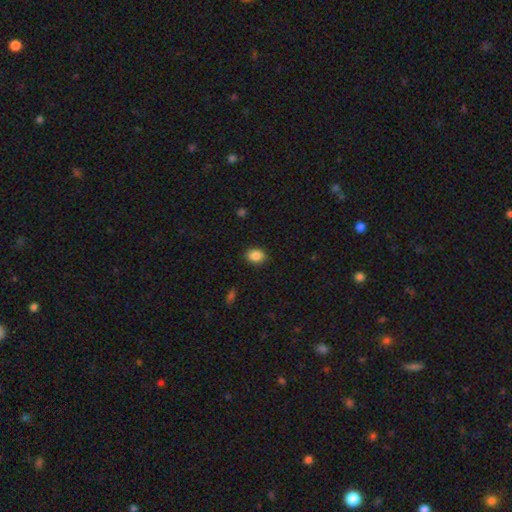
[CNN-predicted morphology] Smooth or featured? smooth (87%)
How rounded? in between (69%)
Merging? none (88%)